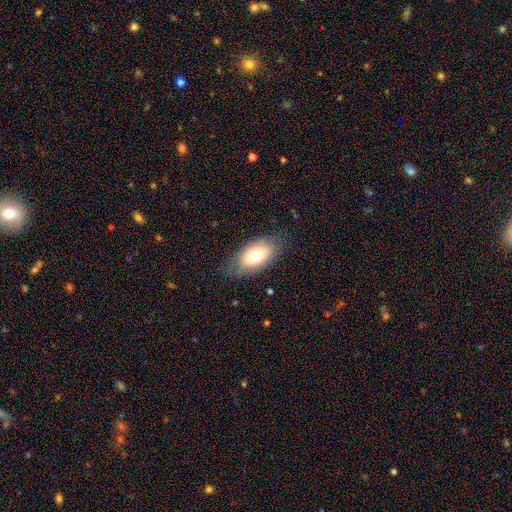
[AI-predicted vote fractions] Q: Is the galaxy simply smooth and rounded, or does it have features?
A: smooth — 71%.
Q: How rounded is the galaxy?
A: in between — 91%.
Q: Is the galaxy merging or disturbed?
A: none — 75%.